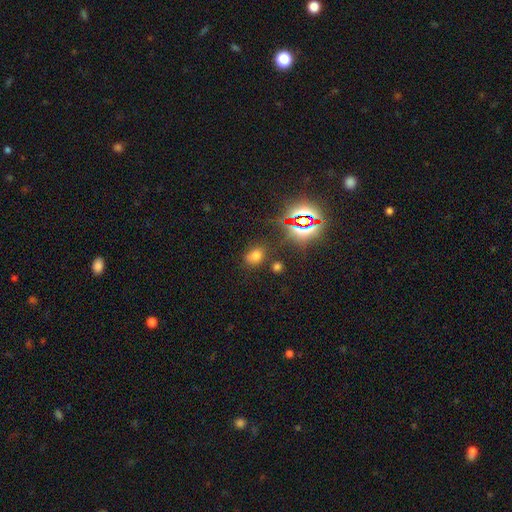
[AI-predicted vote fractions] Smooth or featured? Predicted: smooth (p=0.61). How rounded? Predicted: in between (p=0.65). Merging? Predicted: none (p=0.74).